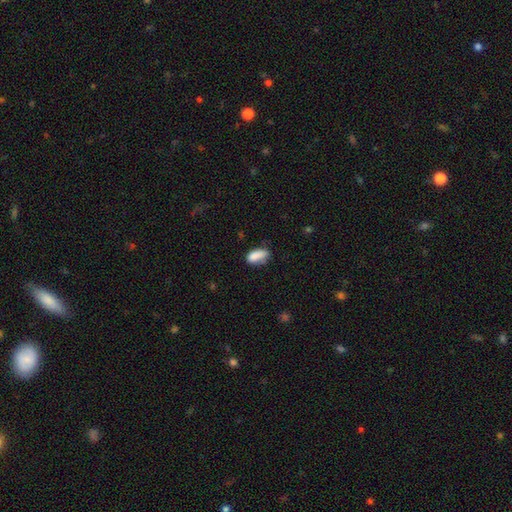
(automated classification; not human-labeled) smooth 84%, star or artifact 8%, featured or disk 7%. Down the decision tree: how rounded — in between (87%); merging — none (54%).